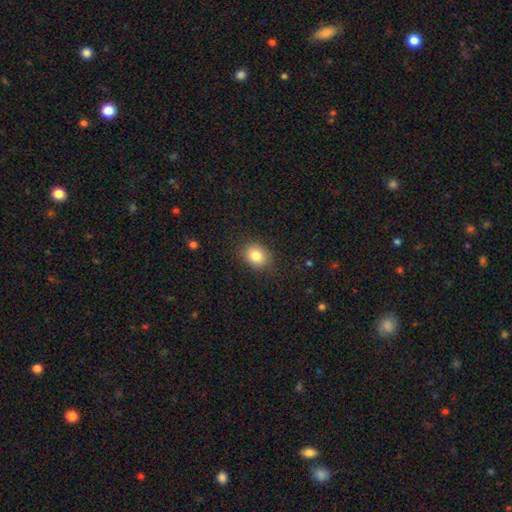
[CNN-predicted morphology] A smooth galaxy with no disk features (84%) that is in between round and cigar-shaped (55%). Merging: none (84%).